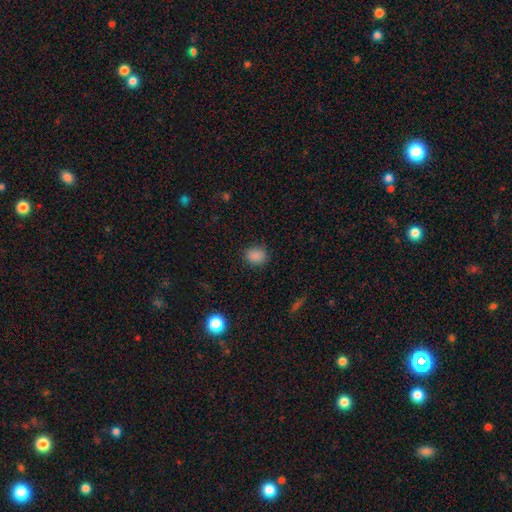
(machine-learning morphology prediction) Smooth or featured? smooth (85%)
How rounded? round (55%)
Merging? none (86%)